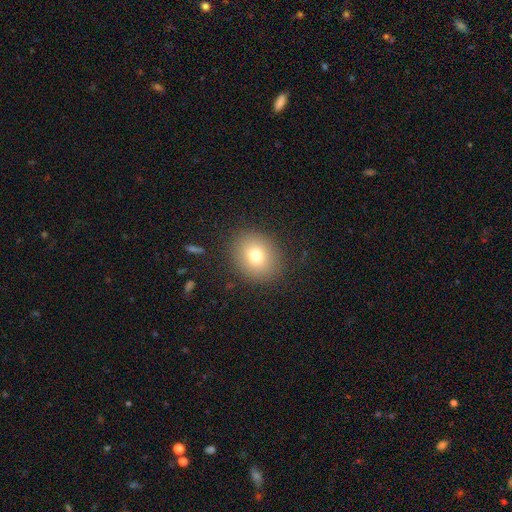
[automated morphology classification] Smooth or featured: smooth — 77% (featured or disk — 12%)
How rounded: round — 63% (in between — 36%)
Merging: none — 87% (minor disturbance — 9%)